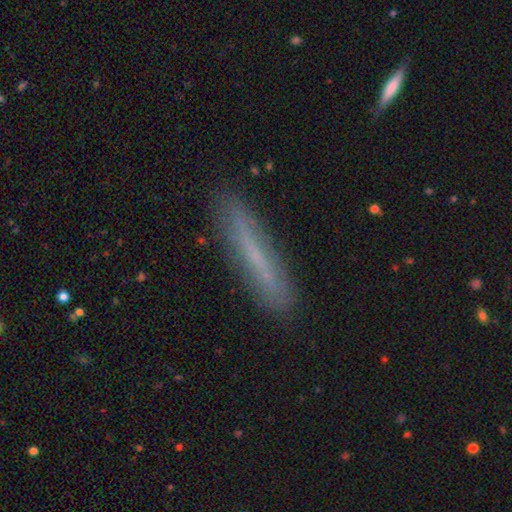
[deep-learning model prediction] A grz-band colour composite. It shows a smooth galaxy with no disk features (54%) that is cigar-shaped (92%). Merging: none (84%).